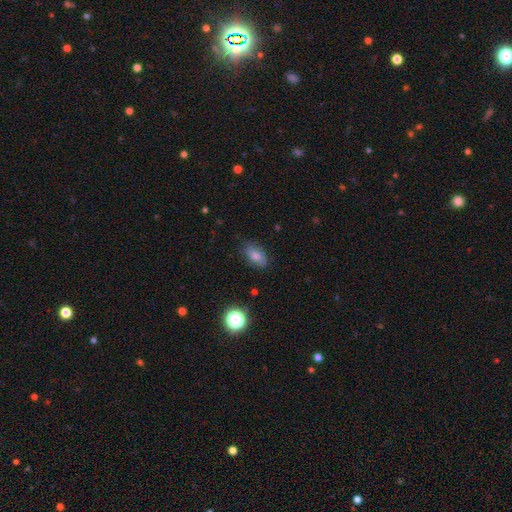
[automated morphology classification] This is likely a smooth galaxy (78%). How rounded: clearly in between (87%). Merging: clearly none (81%).